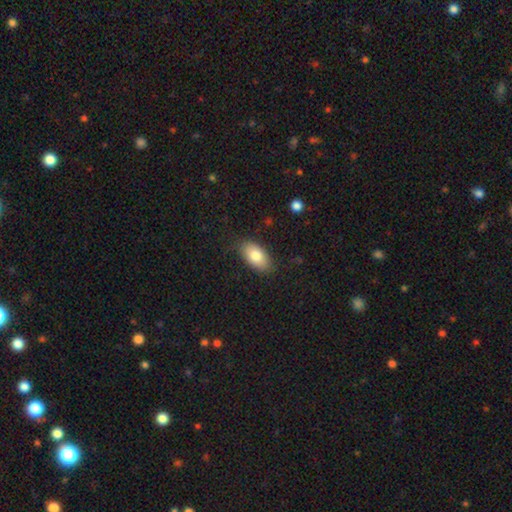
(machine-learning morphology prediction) Smooth or featured?
  - smooth: 81% *
  - featured or disk: 13%
  - star or artifact: 7%
How rounded?
  - in between: 93% *
  - round: 4%
  - cigar-shaped: 3%
Merging?
  - none: 83% *
  - minor disturbance: 13%
  - major disturbance: 3%
  - merger: 1%